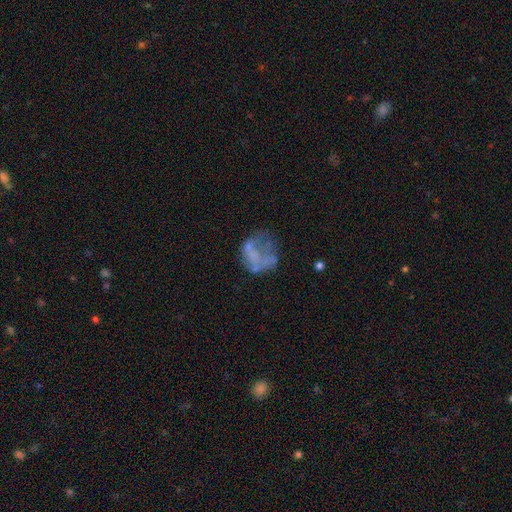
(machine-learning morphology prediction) Overall: featured or disk (51%; smooth 34%). Edge-on disk: no (98%). Merging: none (37%; major disturbance 36%).